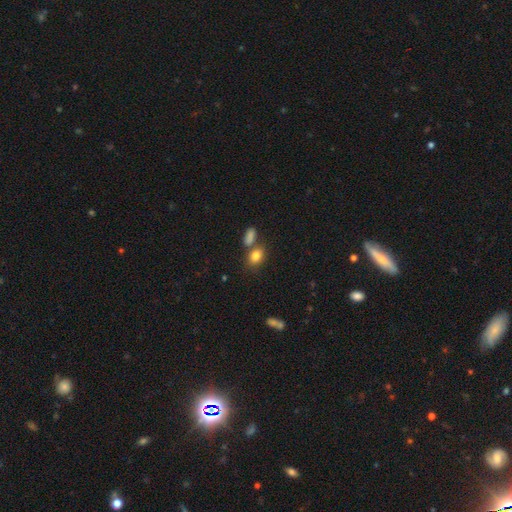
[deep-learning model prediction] smooth-or-featured: smooth: 83% | star or artifact: 10% | featured or disk: 7%
  how-rounded: in between: 68% | round: 30% | cigar-shaped: 2%
  merging: none: 56% | merger: 26% | minor disturbance: 13% | major disturbance: 5%